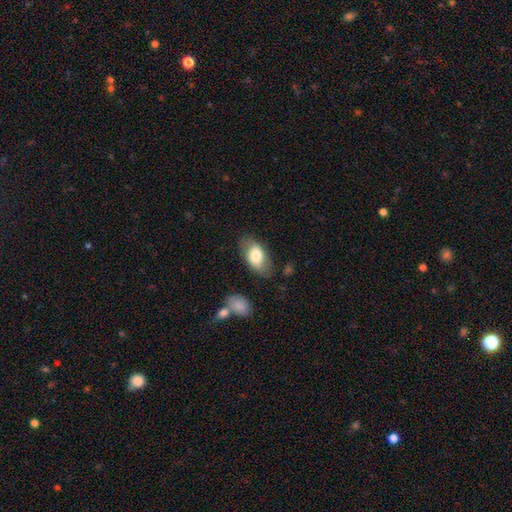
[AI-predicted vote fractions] Q: Smooth or featured?
A: smooth (74%); runner-up: featured or disk (19%)
Q: How rounded?
A: in between (92%); runner-up: round (5%)
Q: Merging?
A: none (72%); runner-up: minor disturbance (19%)